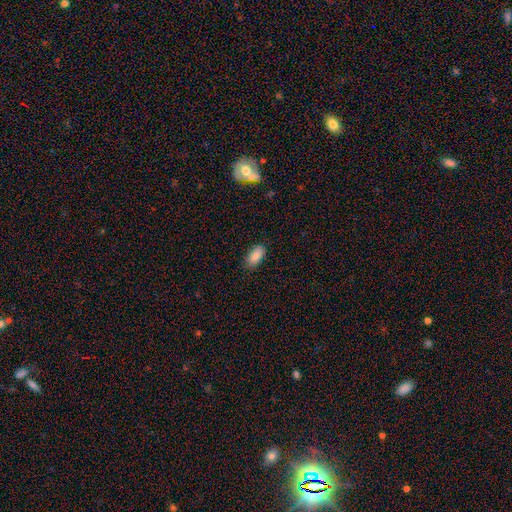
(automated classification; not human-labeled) smooth-or-featured: smooth: 86% | star or artifact: 8% | featured or disk: 6%
  how-rounded: in between: 93% | cigar-shaped: 4% | round: 3%
  merging: none: 84% | minor disturbance: 13% | major disturbance: 2% | merger: 1%